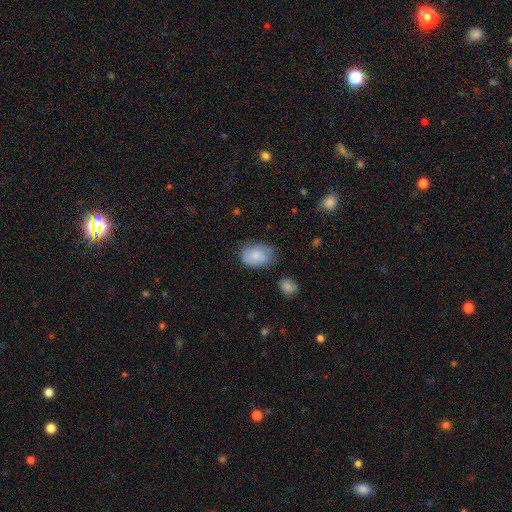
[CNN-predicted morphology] smooth 82%, featured or disk 11%, star or artifact 7%. Down the decision tree: how rounded — in between (85%); merging — none (63%).